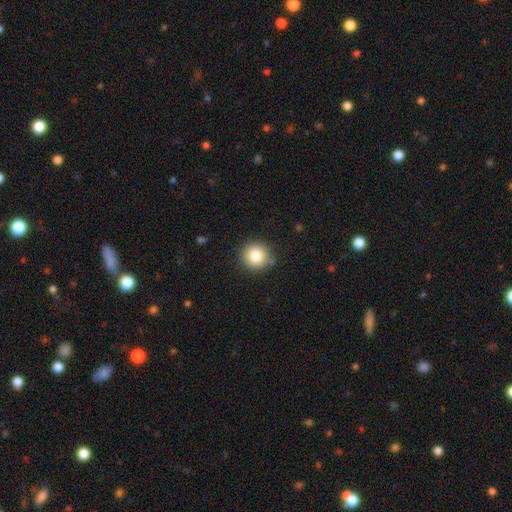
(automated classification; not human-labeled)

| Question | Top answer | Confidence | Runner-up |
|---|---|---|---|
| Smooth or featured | smooth | 82% | star or artifact (10%) |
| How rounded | round | 93% | in between (6%) |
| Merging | none | 85% | minor disturbance (10%) |